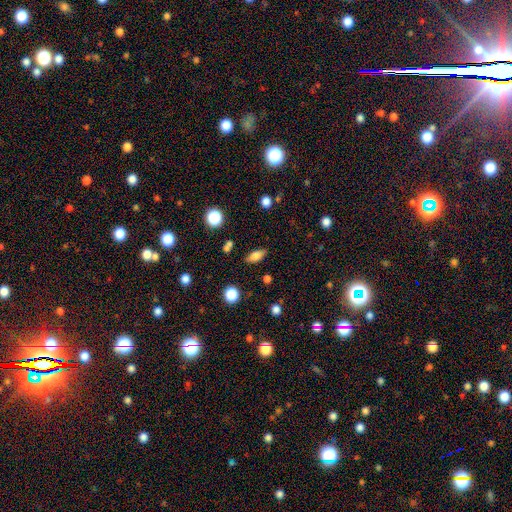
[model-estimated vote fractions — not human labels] Smooth or featured?
  - smooth: 76% *
  - featured or disk: 14%
  - star or artifact: 10%
How rounded?
  - in between: 82% *
  - cigar-shaped: 13%
  - round: 6%
Merging?
  - none: 84% *
  - minor disturbance: 11%
  - merger: 3%
  - major disturbance: 3%